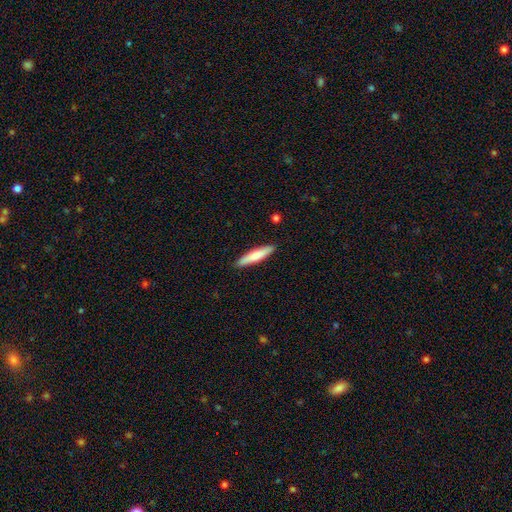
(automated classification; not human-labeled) smooth-or-featured: smooth: 72% | featured or disk: 22% | star or artifact: 5%
  how-rounded: cigar-shaped: 87% | in between: 12% | round: 1%
  merging: none: 90% | minor disturbance: 7% | major disturbance: 1% | merger: 1%